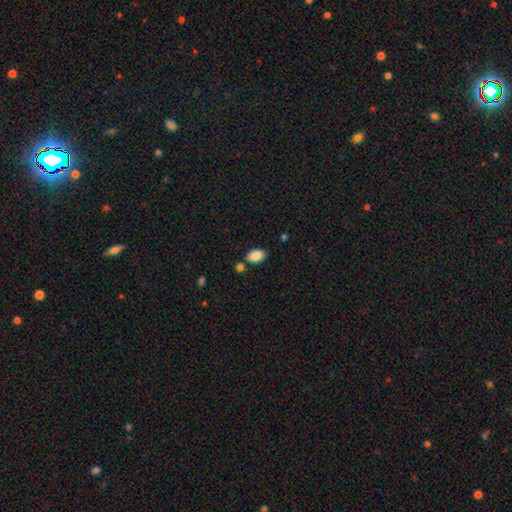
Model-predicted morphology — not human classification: smooth_or_featured: smooth (p=0.88) [alt: star or artifact p=0.08]
how_rounded: in between (p=0.90) [alt: round p=0.08]
merging: none (p=0.78) [alt: minor disturbance p=0.11]